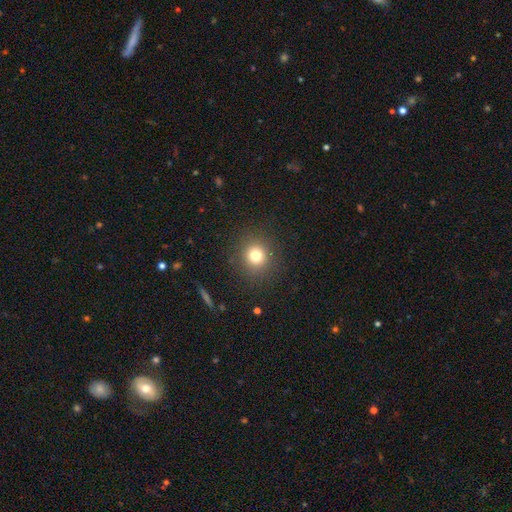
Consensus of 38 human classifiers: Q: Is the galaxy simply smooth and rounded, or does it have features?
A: smooth — 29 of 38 (76%).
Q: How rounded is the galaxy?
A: round — 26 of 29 (90%).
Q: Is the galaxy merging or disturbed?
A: none — 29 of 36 (81%).